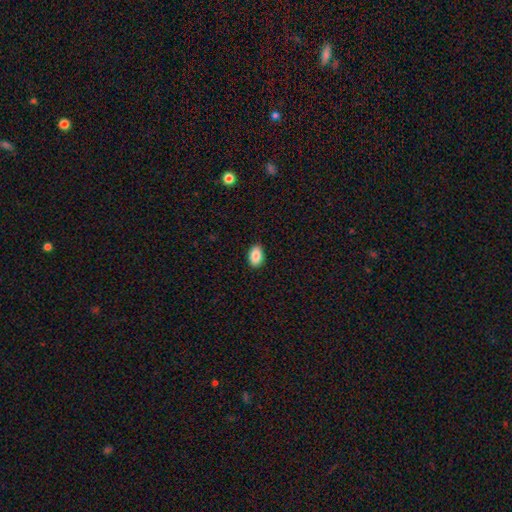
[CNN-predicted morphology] type=smooth (87%); roundness=in between (90%); merging=none (90%).